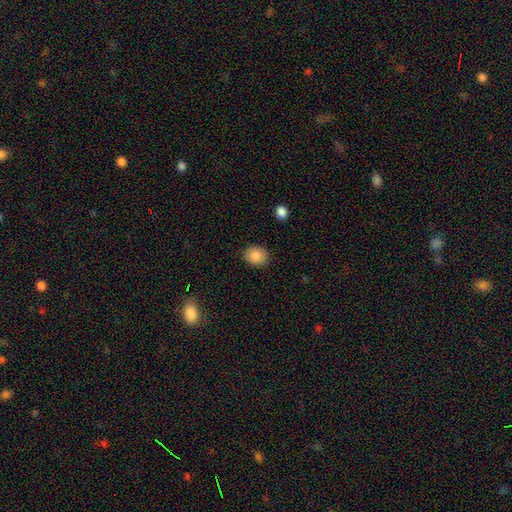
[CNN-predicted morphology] smooth 88%, star or artifact 8%, featured or disk 4%. Down the decision tree: how rounded — round (59%); merging — none (88%).